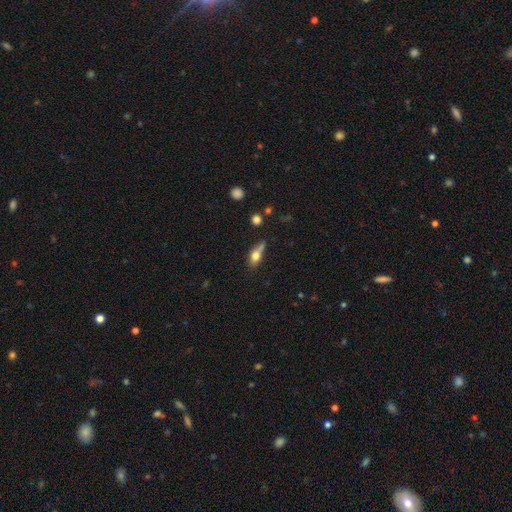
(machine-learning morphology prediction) Smooth or featured?
  - smooth: 66% *
  - featured or disk: 25%
  - star or artifact: 9%
How rounded?
  - in between: 68% *
  - cigar-shaped: 18%
  - round: 14%
Merging?
  - none: 43% *
  - minor disturbance: 27%
  - merger: 17%
  - major disturbance: 13%